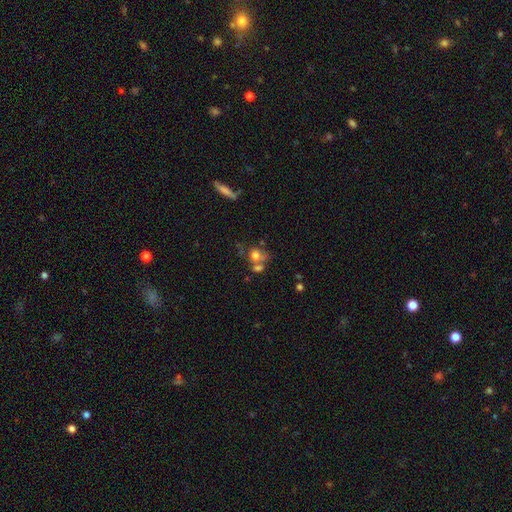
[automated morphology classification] smooth-or-featured: smooth: 69% | featured or disk: 18% | star or artifact: 13%
  how-rounded: round: 68% | in between: 30% | cigar-shaped: 2%
  merging: none: 40% | merger: 39% | minor disturbance: 13% | major disturbance: 8%